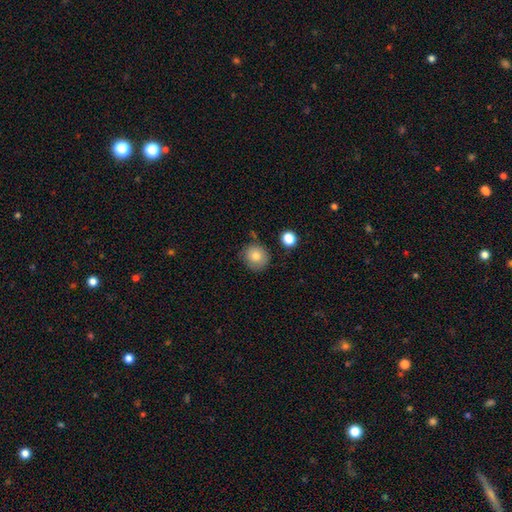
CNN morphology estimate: smooth_or_featured: smooth (p=0.80) [alt: featured or disk p=0.11]
how_rounded: round (p=0.87) [alt: in between p=0.12]
merging: none (p=0.78) [alt: minor disturbance p=0.15]